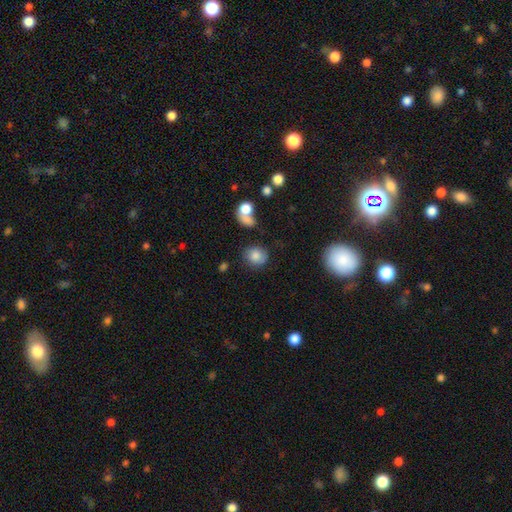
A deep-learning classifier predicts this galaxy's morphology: Overall: smooth (80%). How rounded: round (77%). Merging: none (71%).